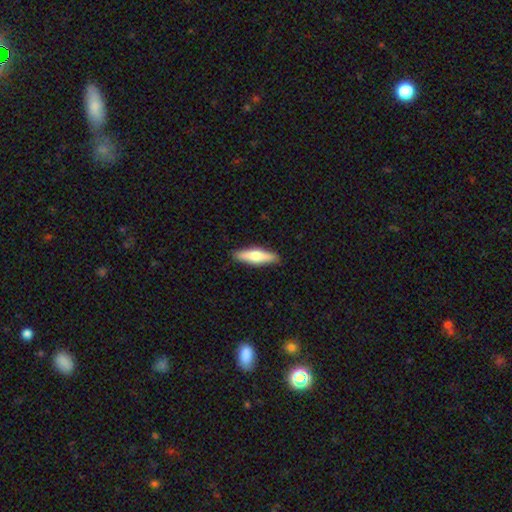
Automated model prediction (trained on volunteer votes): Q: Smooth or featured?
A: smooth (54%); runner-up: featured or disk (41%)
Q: How rounded?
A: cigar-shaped (73%); runner-up: in between (25%)
Q: Merging?
A: none (90%); runner-up: minor disturbance (8%)